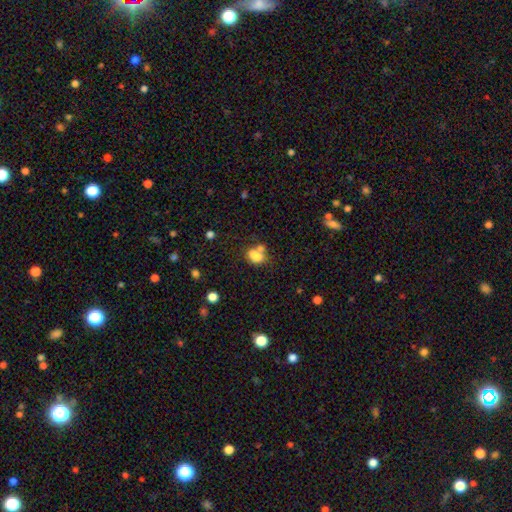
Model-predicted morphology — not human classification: The model was most divided on "merging": merger: 46%, none: 33%, minor disturbance: 13%, major disturbance: 8%. More confident: smooth or featured — smooth (72%); how rounded — in between (66%).